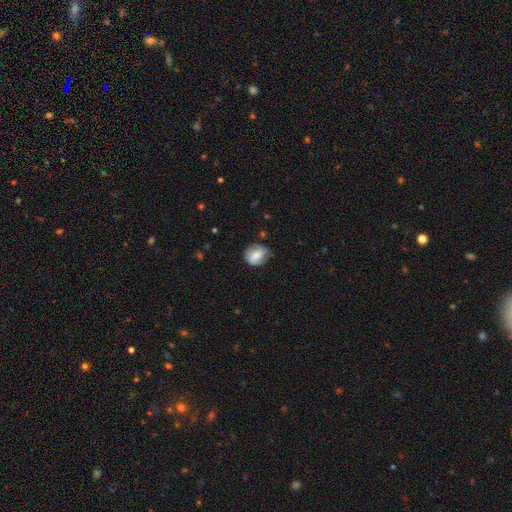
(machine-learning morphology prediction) smooth_or_featured: smooth (p=0.51) [alt: featured or disk p=0.42]
how_rounded: round (p=0.68) [alt: in between p=0.31]
merging: none (p=0.68) [alt: minor disturbance p=0.23]